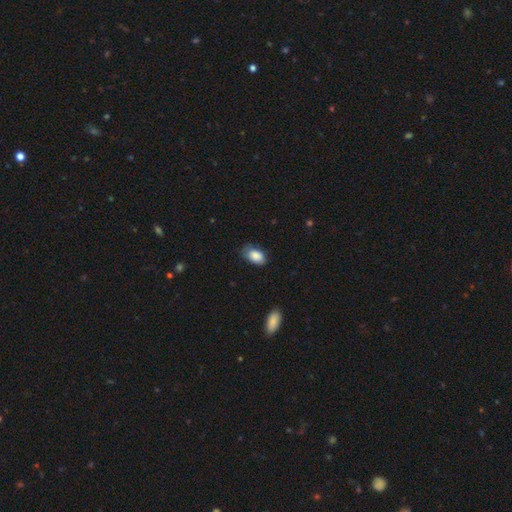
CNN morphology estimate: This is clearly a smooth galaxy (86%). How rounded: clearly in between (92%). Merging: likely none (64%).